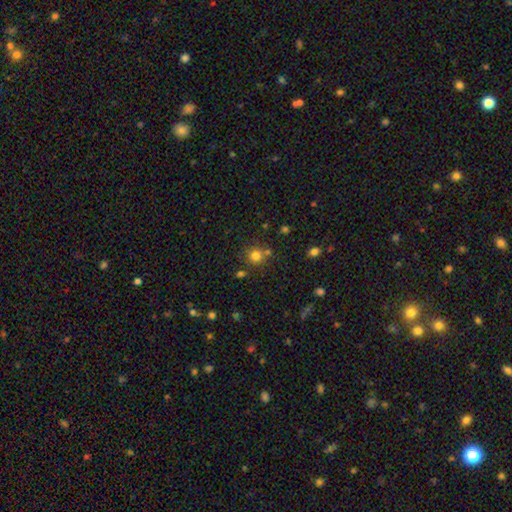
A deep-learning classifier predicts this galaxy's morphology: A smooth galaxy with no disk features (78%) that is round (90%).

Vote fractions:
- Smooth or featured? smooth: 78% / star or artifact: 15% / featured or disk: 7%
- How rounded? round: 90% / in between: 9% / cigar-shaped: 1%
- Merging? none: 72% / merger: 15% / minor disturbance: 9% / major disturbance: 4%